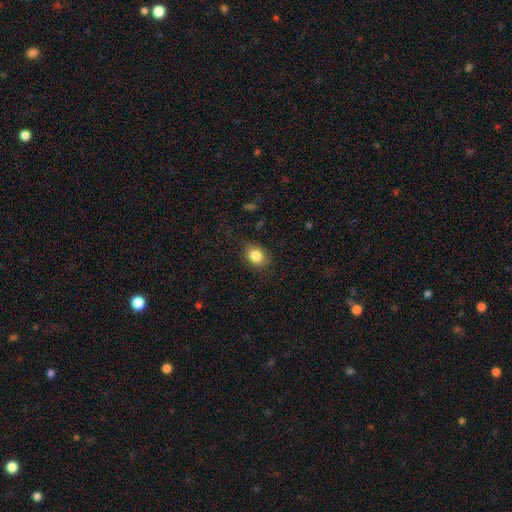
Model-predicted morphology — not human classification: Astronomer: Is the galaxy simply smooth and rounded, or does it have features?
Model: smooth — 85%.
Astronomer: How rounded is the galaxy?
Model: in between — 60% (runner-up: round, 39%).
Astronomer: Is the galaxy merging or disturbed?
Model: none — 83%.